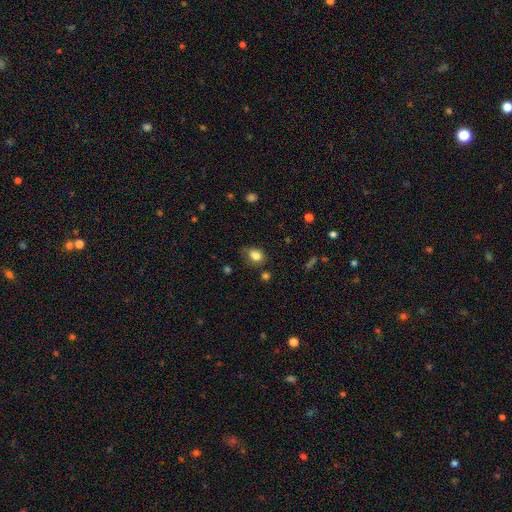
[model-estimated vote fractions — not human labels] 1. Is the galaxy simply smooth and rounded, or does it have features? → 83% smooth, 10% star or artifact, 7% featured or disk.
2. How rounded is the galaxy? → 58% in between, 41% round, 1% cigar-shaped.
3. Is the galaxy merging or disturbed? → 63% none, 26% minor disturbance, 8% major disturbance, 3% merger.